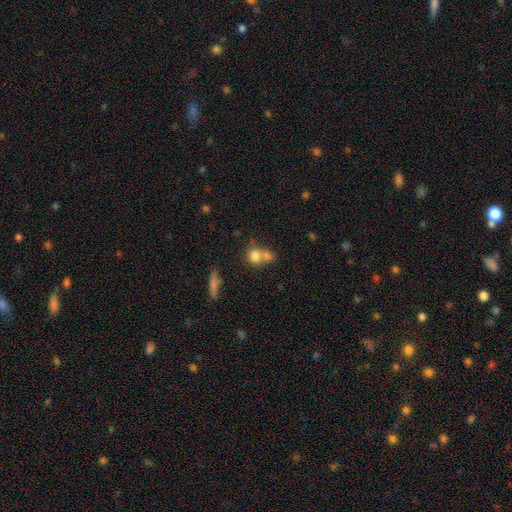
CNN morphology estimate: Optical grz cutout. It shows a smooth galaxy with no disk features (77%) that is round (62%). Merging: merger (55%).